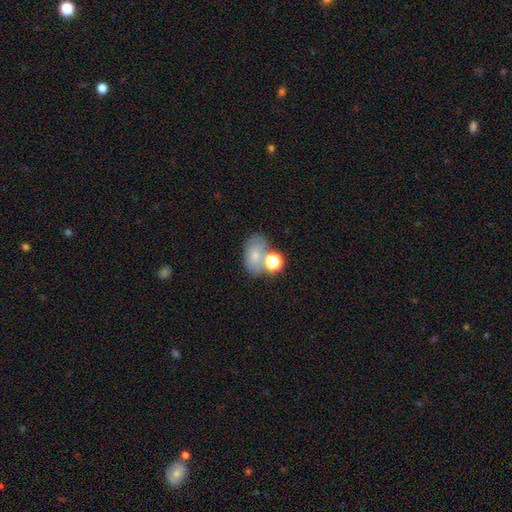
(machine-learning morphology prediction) Smooth or featured? smooth (68%)
How rounded? in between (77%)
Merging? none (46%)